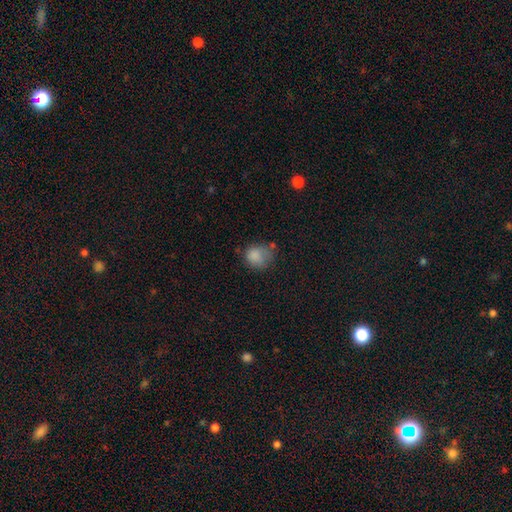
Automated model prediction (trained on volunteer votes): Smooth or featured?
  - smooth: 81% *
  - star or artifact: 10%
  - featured or disk: 9%
How rounded?
  - round: 67% *
  - in between: 32%
  - cigar-shaped: 1%
Merging?
  - none: 44% *
  - minor disturbance: 31%
  - major disturbance: 18%
  - merger: 8%